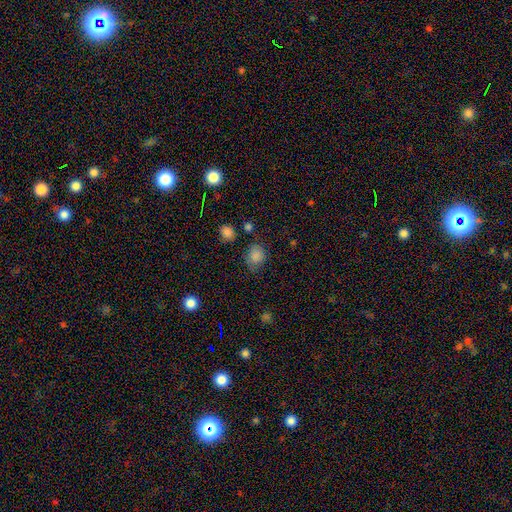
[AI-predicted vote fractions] This appears to be a smooth galaxy with no disk features (83%) that is round (60%). Merging: none (71%).